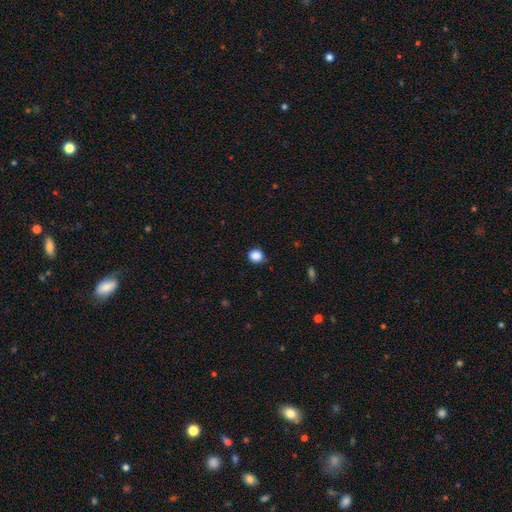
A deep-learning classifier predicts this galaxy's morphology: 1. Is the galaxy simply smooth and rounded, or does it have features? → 87% smooth, 10% star or artifact, 3% featured or disk.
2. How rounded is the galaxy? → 81% round, 18% in between, 1% cigar-shaped.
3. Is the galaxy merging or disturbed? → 79% none, 17% minor disturbance, 3% major disturbance, 1% merger.